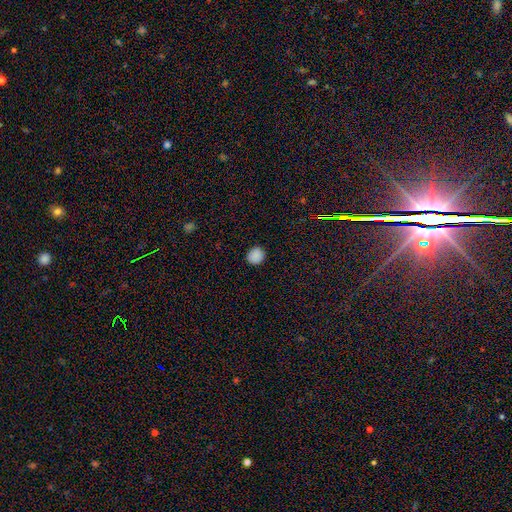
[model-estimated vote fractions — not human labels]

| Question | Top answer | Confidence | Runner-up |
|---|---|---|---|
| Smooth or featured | smooth | 87% | star or artifact (10%) |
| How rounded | round | 84% | in between (15%) |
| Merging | none | 90% | minor disturbance (7%) |